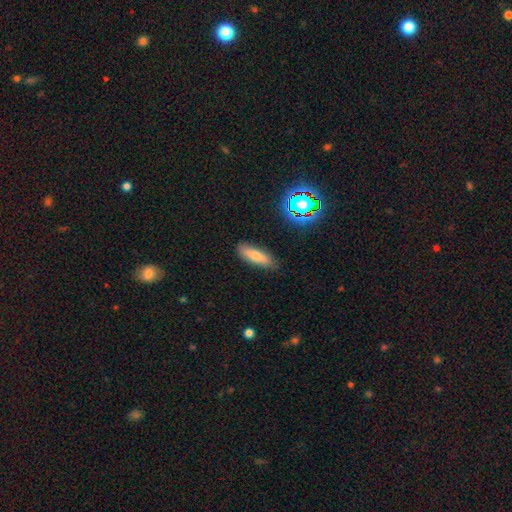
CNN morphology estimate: smooth_or_featured: smooth (p=0.69) [alt: featured or disk p=0.21]
how_rounded: in between (p=0.52) [alt: cigar-shaped p=0.46]
merging: none (p=0.84) [alt: minor disturbance p=0.12]